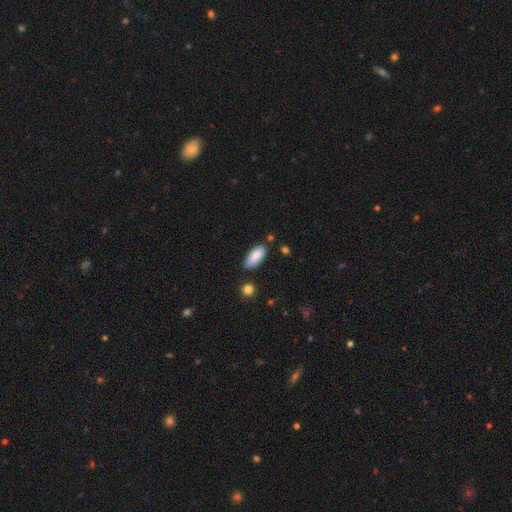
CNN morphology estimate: Smooth or featured: smooth — 86% (featured or disk — 8%)
How rounded: in between — 85% (cigar-shaped — 13%)
Merging: none — 78% (minor disturbance — 15%)